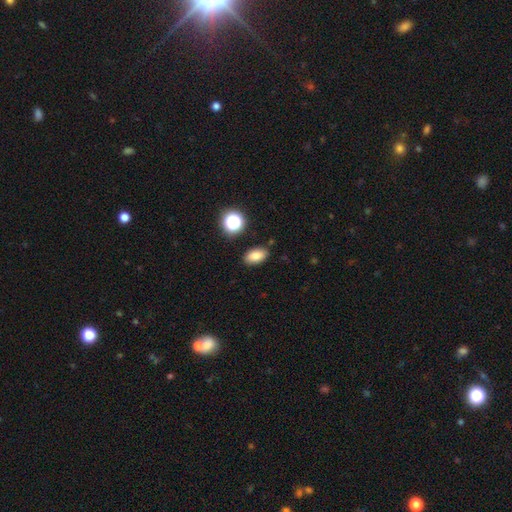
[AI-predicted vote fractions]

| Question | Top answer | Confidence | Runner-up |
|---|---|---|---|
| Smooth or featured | smooth | 82% | star or artifact (11%) |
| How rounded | in between | 89% | round (8%) |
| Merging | none | 86% | minor disturbance (9%) |